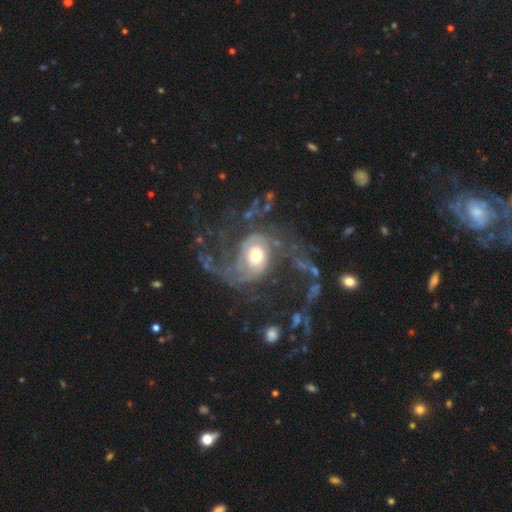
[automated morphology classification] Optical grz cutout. It shows a featured or disk galaxy (82%) with no bar (73%), 2 (45%) medium (40%) spiral arms (89%) and a moderate central bulge (62%). Merging: major disturbance (40%).